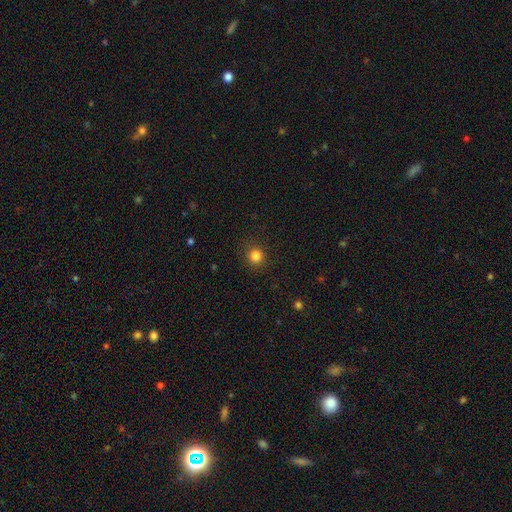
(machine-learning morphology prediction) type=smooth (83%); roundness=round (93%); merging=none (90%).